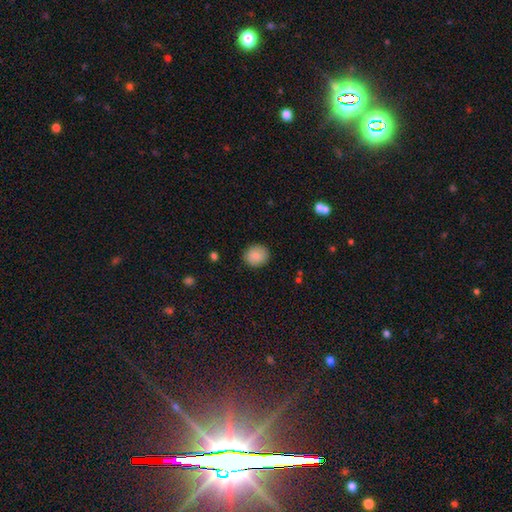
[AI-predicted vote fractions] This is clearly a smooth galaxy (87%). How rounded: likely round (76%). Merging: clearly none (88%).